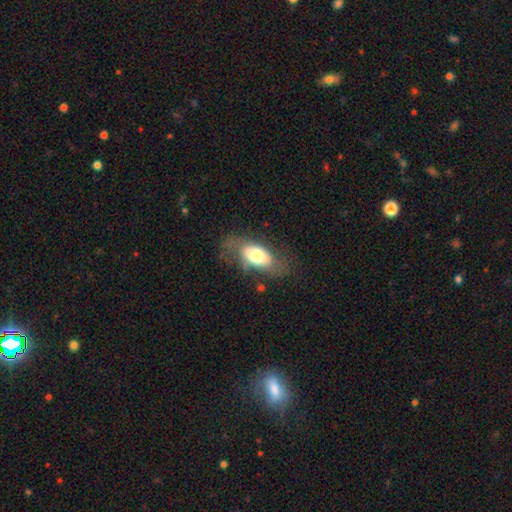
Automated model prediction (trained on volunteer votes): Smooth or featured? Predicted: smooth (p=0.62). How rounded? Predicted: in between (p=0.87). Merging? Predicted: none (p=0.57).